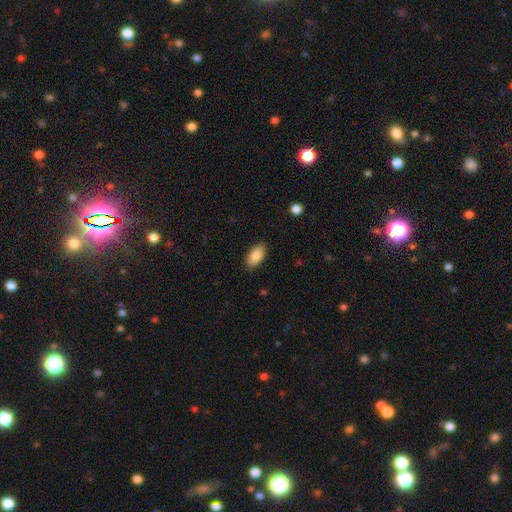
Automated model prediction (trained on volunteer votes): Overall: smooth (85%). How rounded: in between (93%). Merging: none (87%).